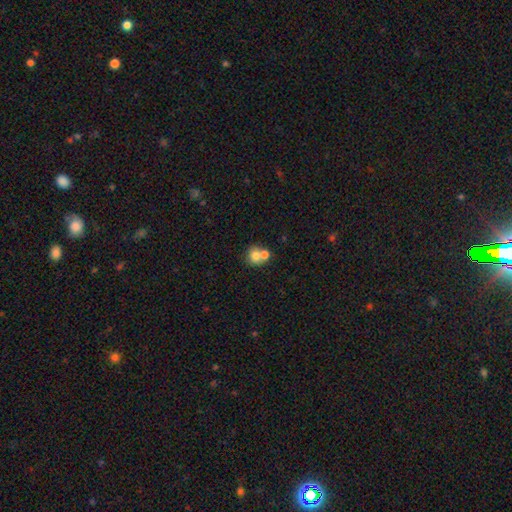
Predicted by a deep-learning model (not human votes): Smooth or featured? Predicted: smooth (p=0.73). How rounded? Predicted: round (p=0.74). Merging? Predicted: merger (p=0.50).